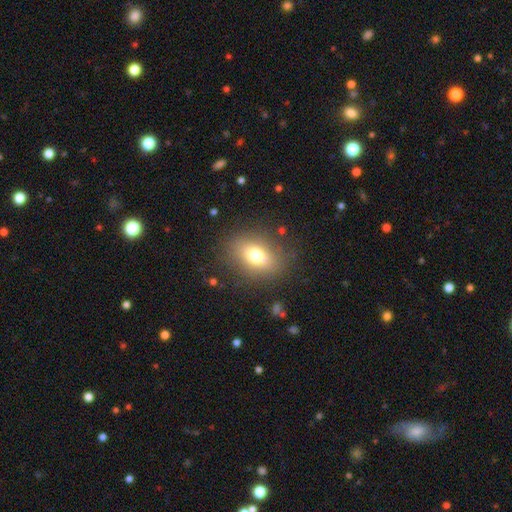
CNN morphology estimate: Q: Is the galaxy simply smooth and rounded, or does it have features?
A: smooth — 73%.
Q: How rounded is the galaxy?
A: in between — 68%.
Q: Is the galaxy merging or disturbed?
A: none — 82%.